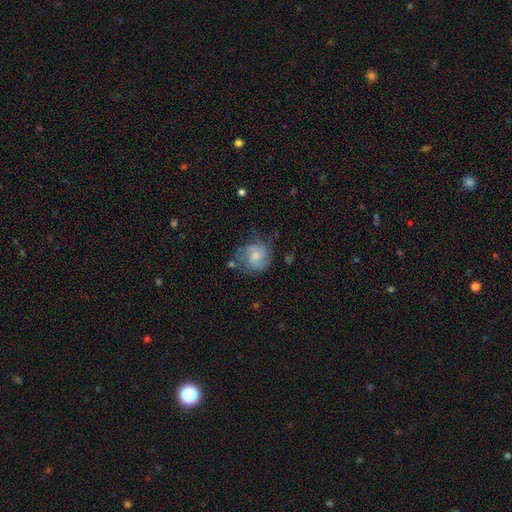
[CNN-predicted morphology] Overall: featured or disk (71%). Edge-on disk: no (98%). Bar: no (60%; weak 35%). Spiral arms: yes (91%). Spiral arm count: 2 (41%; 3 24%). Spiral winding: medium (47%; tight 36%). Bulge size: small (45%; moderate 40%). Merging: none (60%; minor disturbance 23%).